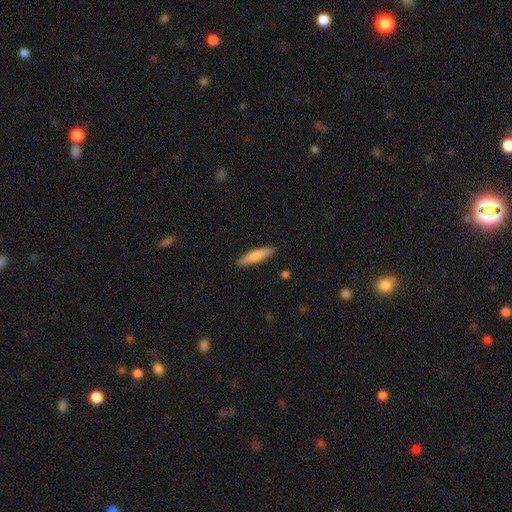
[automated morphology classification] Overall: smooth (76%). How rounded: cigar-shaped (77%). Merging: none (90%).